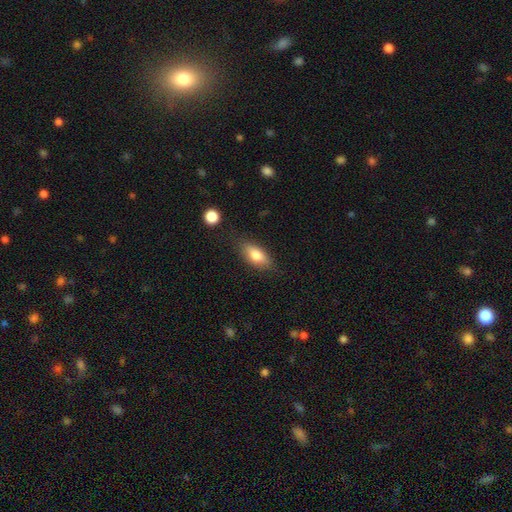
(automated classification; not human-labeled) Smooth or featured: smooth — 75% (featured or disk — 17%)
How rounded: in between — 81% (cigar-shaped — 15%)
Merging: none — 79% (minor disturbance — 15%)